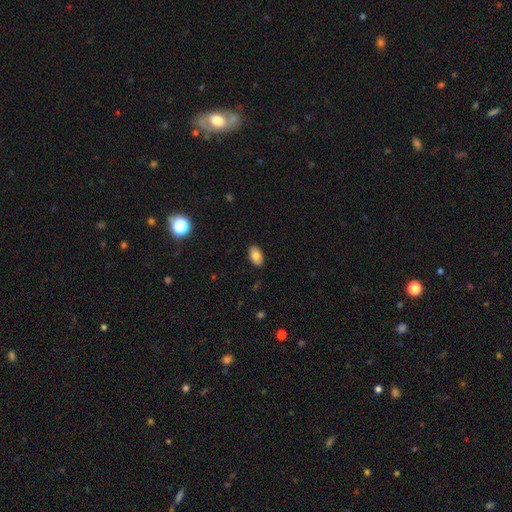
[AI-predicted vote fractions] smooth_or_featured: smooth (p=0.82) [alt: featured or disk p=0.10]
how_rounded: in between (p=0.93) [alt: round p=0.06]
merging: none (p=0.88) [alt: minor disturbance p=0.09]